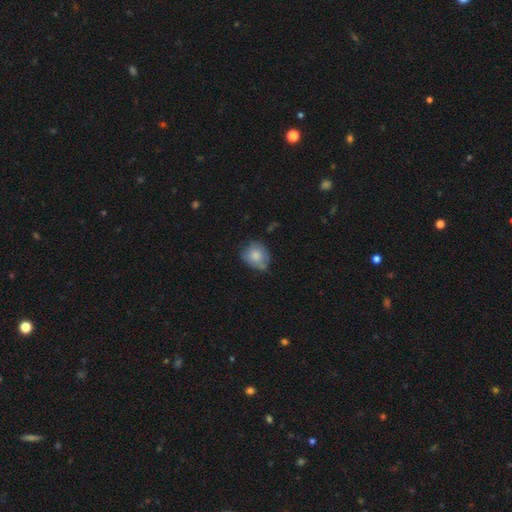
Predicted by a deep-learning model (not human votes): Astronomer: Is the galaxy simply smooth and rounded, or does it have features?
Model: smooth — 77%.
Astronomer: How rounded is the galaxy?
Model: round — 63%.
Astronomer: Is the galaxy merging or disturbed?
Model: none — 52% (runner-up: minor disturbance, 37%).